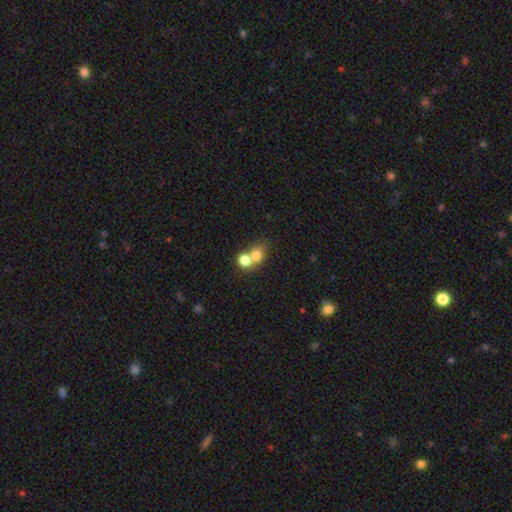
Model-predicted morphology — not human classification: A smooth galaxy with no disk features (75%) that is round (71%). Merging: merger (59%).